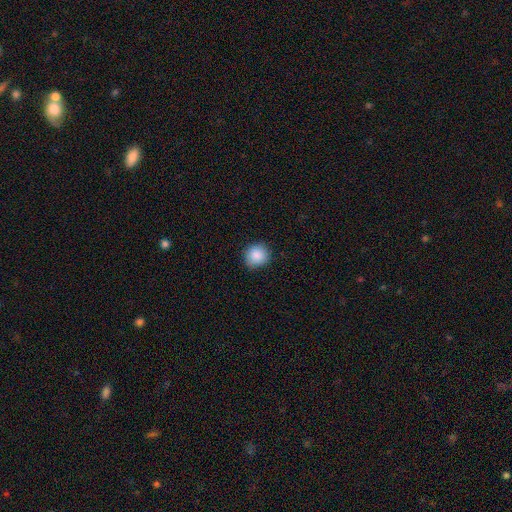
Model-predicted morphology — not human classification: Q: Smooth or featured?
A: smooth (87%); runner-up: star or artifact (9%)
Q: How rounded?
A: round (89%); runner-up: in between (10%)
Q: Merging?
A: none (85%); runner-up: minor disturbance (12%)